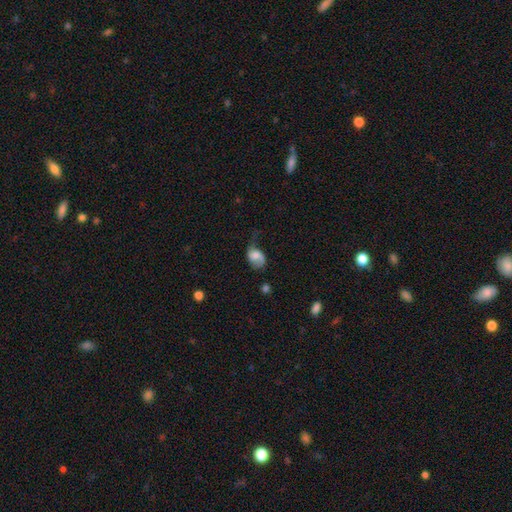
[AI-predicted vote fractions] Smooth or featured: smooth — 57% (featured or disk — 33%)
How rounded: in between — 75% (round — 23%)
Merging: minor disturbance — 33% (tied with major disturbance — 33%)